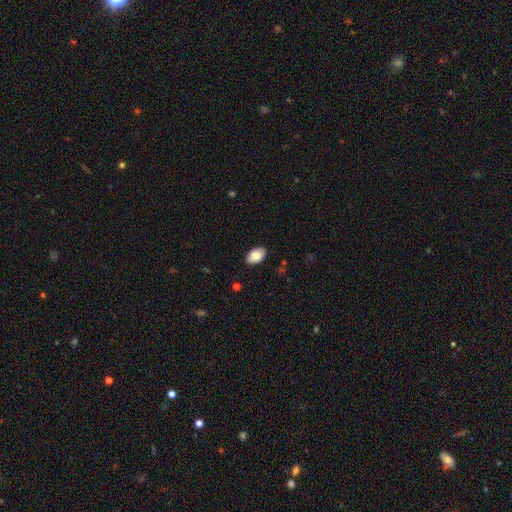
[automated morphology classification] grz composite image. It shows a smooth galaxy with no disk features (81%) that is in between round and cigar-shaped (91%). Merging: none (88%).